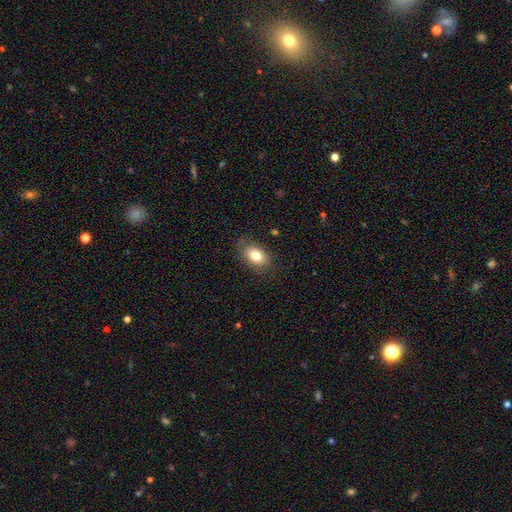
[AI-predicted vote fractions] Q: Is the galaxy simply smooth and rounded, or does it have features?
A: smooth — 82%.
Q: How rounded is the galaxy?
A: in between — 86%.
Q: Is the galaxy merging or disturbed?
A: none — 81%.